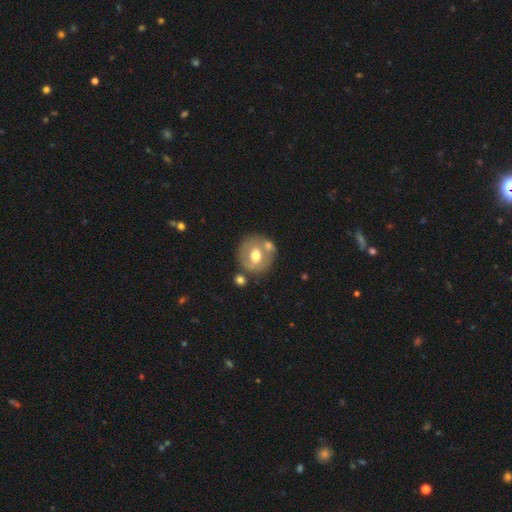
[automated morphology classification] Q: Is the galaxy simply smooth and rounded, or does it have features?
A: smooth — 49%.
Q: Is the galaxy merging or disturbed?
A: none — 63%.